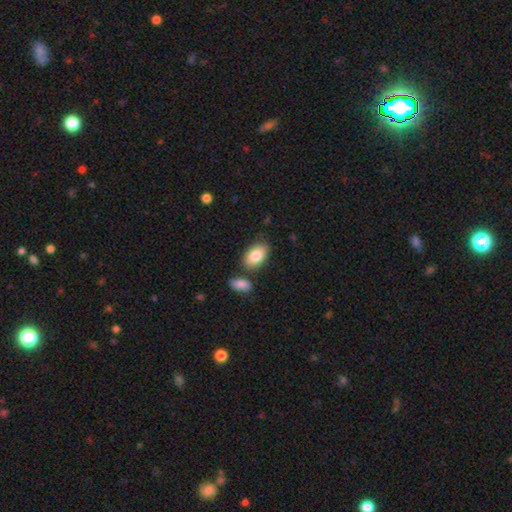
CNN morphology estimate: This appears to be a smooth galaxy with no disk features (83%) that is in between round and cigar-shaped (91%). Merging: none (73%).